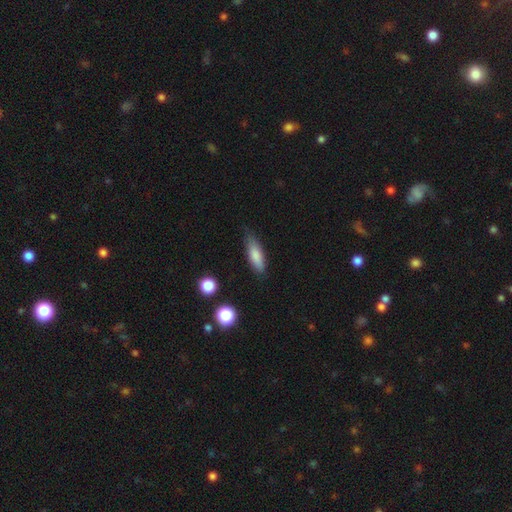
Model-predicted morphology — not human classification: Smooth or featured? Predicted: smooth (p=0.80). How rounded? Predicted: in between (p=0.52). Merging? Predicted: none (p=0.68).